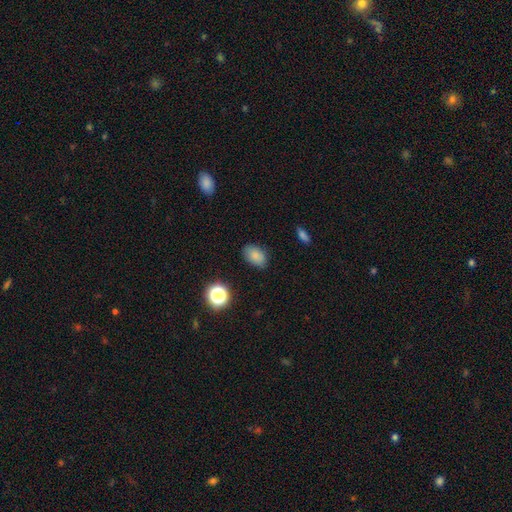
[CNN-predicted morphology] Smooth or featured?
  - smooth: 83% *
  - star or artifact: 11%
  - featured or disk: 7%
How rounded?
  - in between: 86% *
  - round: 13%
  - cigar-shaped: 1%
Merging?
  - none: 83% *
  - minor disturbance: 12%
  - major disturbance: 3%
  - merger: 1%